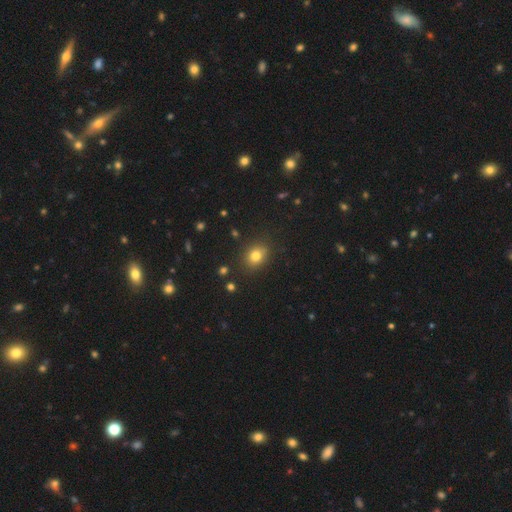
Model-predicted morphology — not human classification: Overall: smooth (80%). How rounded: round (55%; in between 44%). Merging: none (84%).